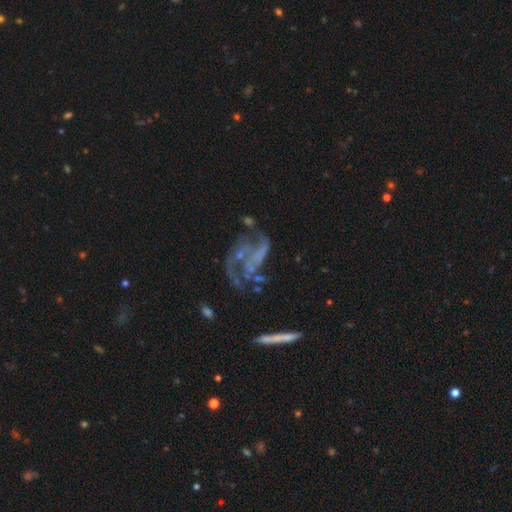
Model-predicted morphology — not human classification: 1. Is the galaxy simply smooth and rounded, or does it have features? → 77% featured or disk, 12% star or artifact, 11% smooth.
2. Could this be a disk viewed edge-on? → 96% no, 4% yes.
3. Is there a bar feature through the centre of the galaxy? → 67% no, 23% weak, 10% strong.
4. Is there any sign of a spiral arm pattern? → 72% yes, 28% no.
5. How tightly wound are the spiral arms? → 46% loose, 36% medium, 18% tight.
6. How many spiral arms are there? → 43% 2, 23% can't tell, 13% 3, 12% 1, 5% 4, 4% more than 4.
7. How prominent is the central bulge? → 71% none, 17% small, 9% moderate, 3% large, 1% dominant.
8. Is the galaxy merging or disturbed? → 39% major disturbance, 35% none, 17% minor disturbance, 9% merger.